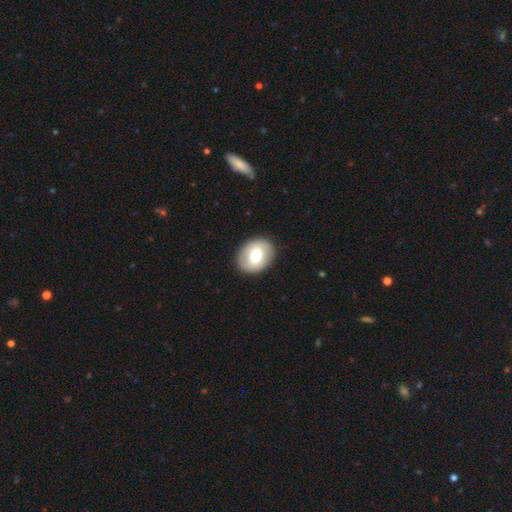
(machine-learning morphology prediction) A smooth galaxy with no disk features (66%) that is in between round and cigar-shaped (53%).

Vote fractions:
- Smooth or featured? smooth: 66% / featured or disk: 27% / star or artifact: 7%
- How rounded? in between: 53% / round: 46% / cigar-shaped: 1%
- Merging? none: 88% / minor disturbance: 8% / major disturbance: 3% / merger: 1%